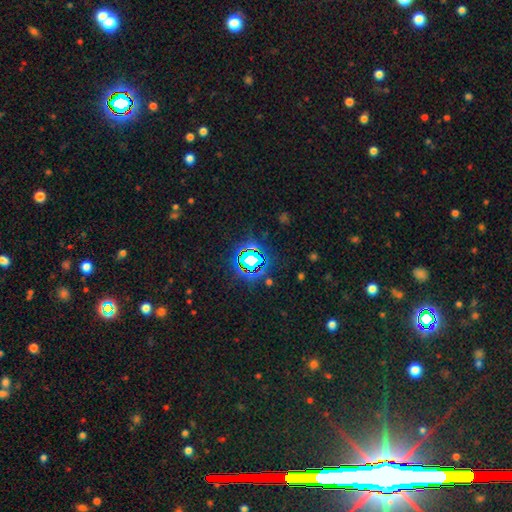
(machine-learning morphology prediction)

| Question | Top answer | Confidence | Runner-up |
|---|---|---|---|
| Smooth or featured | star or artifact | 72% | smooth (17%) |